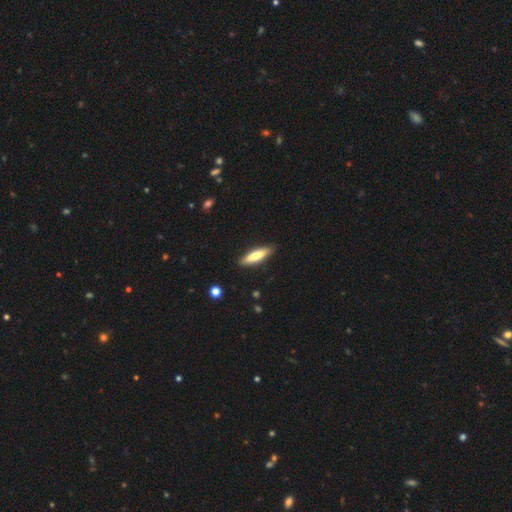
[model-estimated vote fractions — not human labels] smooth_or_featured: smooth (p=0.73) [alt: featured or disk p=0.22]
how_rounded: cigar-shaped (p=0.69) [alt: in between p=0.29]
merging: none (p=0.88) [alt: minor disturbance p=0.09]